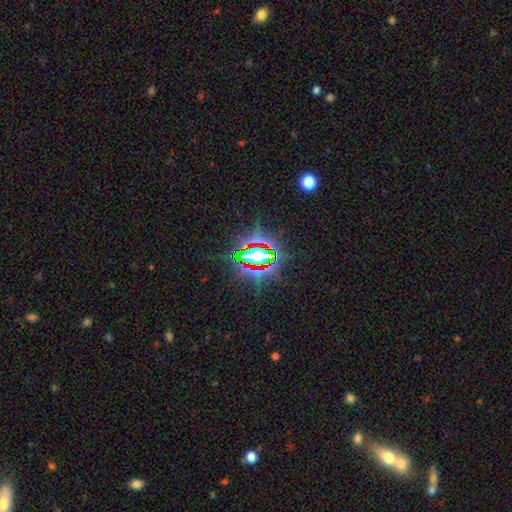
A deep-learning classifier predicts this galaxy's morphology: Smooth or featured? star or artifact (81%)